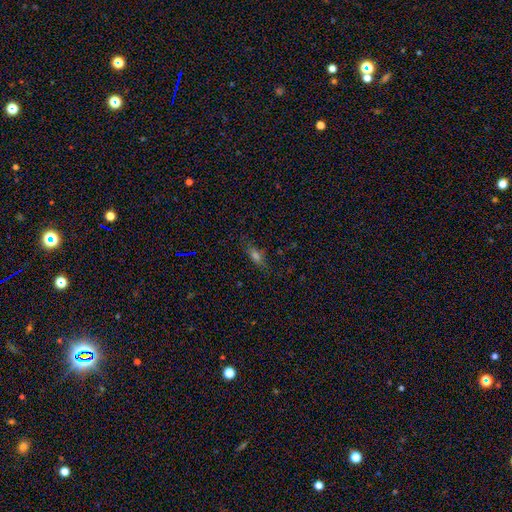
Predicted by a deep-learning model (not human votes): This is possibly a smooth galaxy (56%). How rounded: possibly in between (56%). Merging: likely none (78%).